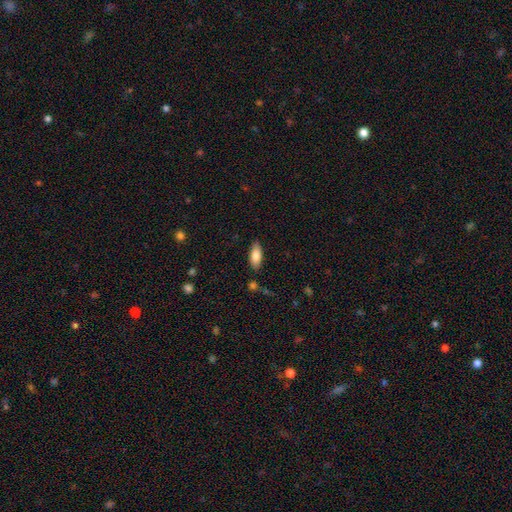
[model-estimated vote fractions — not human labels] Morphology: type=smooth (83%); roundness=in between (81%); merging=none (82%).